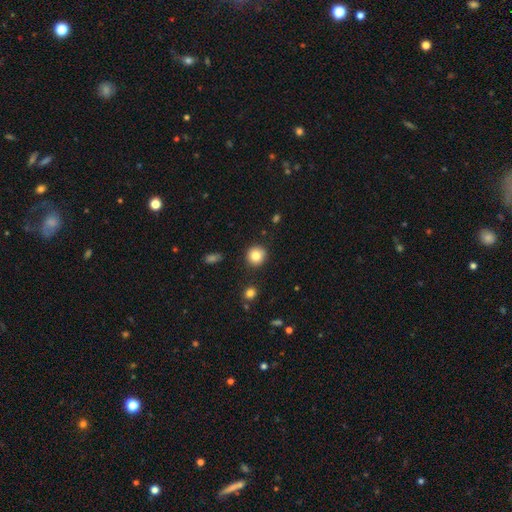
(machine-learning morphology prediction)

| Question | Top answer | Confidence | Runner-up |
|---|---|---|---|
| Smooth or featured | smooth | 82% | star or artifact (10%) |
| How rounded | round | 91% | in between (8%) |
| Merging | none | 88% | minor disturbance (8%) |